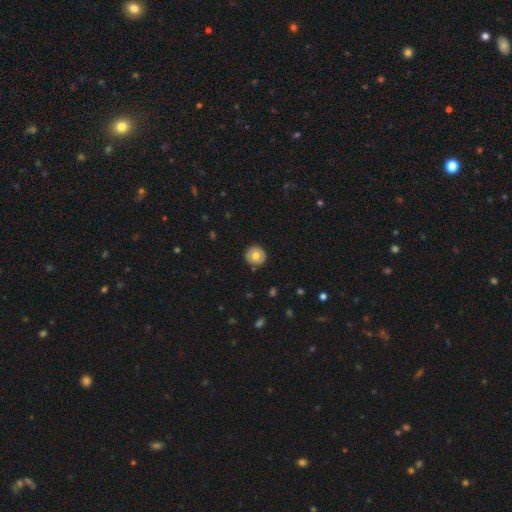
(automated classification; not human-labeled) The model was most divided on "smooth or featured": smooth: 69%, featured or disk: 23%, star or artifact: 8%. More confident: how rounded — round (93%); merging — none (90%).